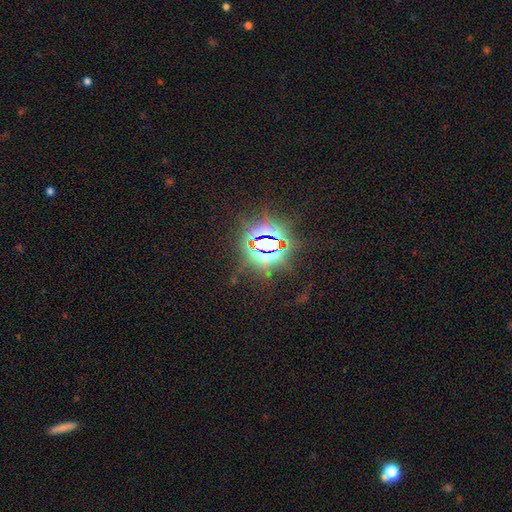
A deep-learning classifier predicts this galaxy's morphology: Smooth or featured? star or artifact (84%)